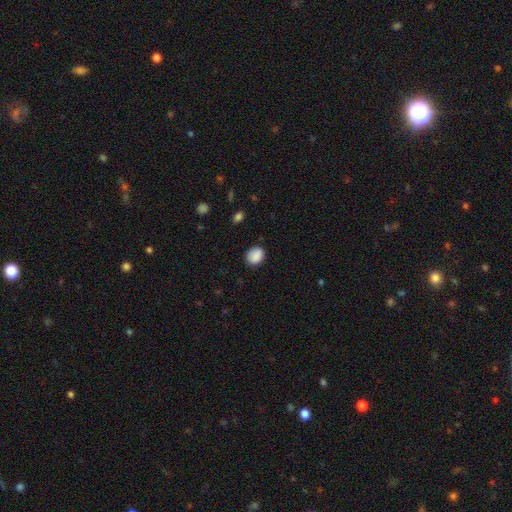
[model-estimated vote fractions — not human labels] This appears to be a smooth galaxy with no disk features (89%) that is round (57%). Merging: none (82%).